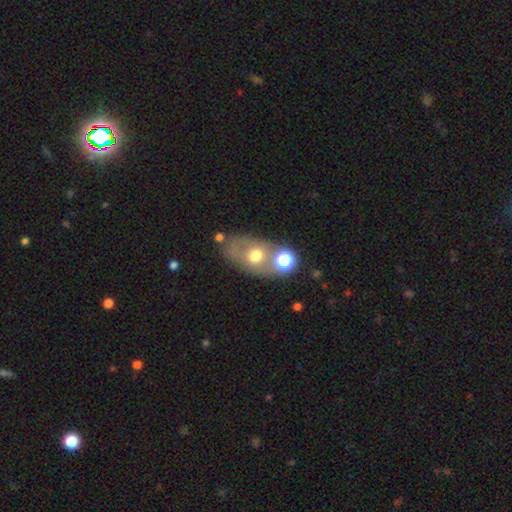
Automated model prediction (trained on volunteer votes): smooth 50%, featured or disk 38%, star or artifact 13%. Down the decision tree: merging — none (59%).